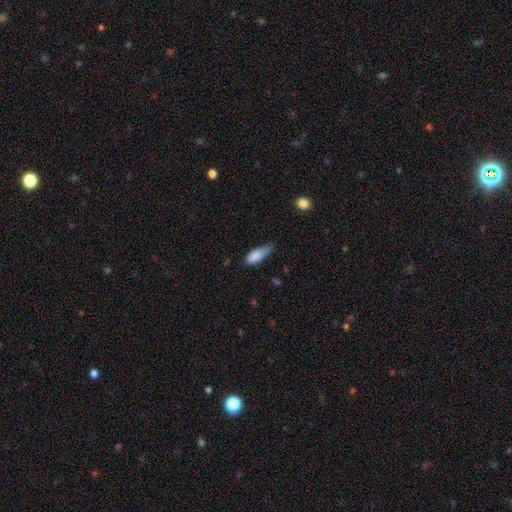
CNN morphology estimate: Overall: smooth (84%). How rounded: in between (79%). Merging: minor disturbance (52%; none 29%).